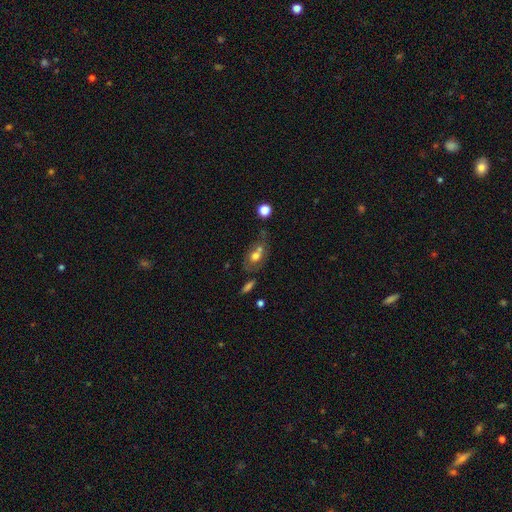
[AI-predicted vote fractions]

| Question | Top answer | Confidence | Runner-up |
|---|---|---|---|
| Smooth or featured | smooth | 60% | featured or disk (29%) |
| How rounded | in between | 64% | round (33%) |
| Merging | merger | 42% | none (33%) |